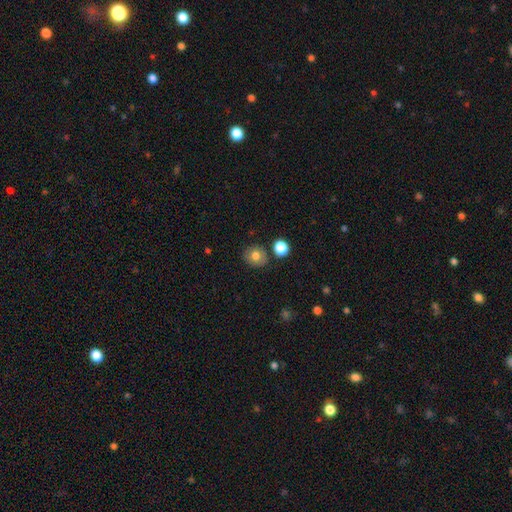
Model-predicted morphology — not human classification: A smooth galaxy with no disk features (78%) that is round (78%).

Vote fractions:
- Smooth or featured? smooth: 78% / featured or disk: 11% / star or artifact: 10%
- How rounded? round: 78% / in between: 21% / cigar-shaped: 1%
- Merging? none: 82% / minor disturbance: 10% / merger: 6% / major disturbance: 2%